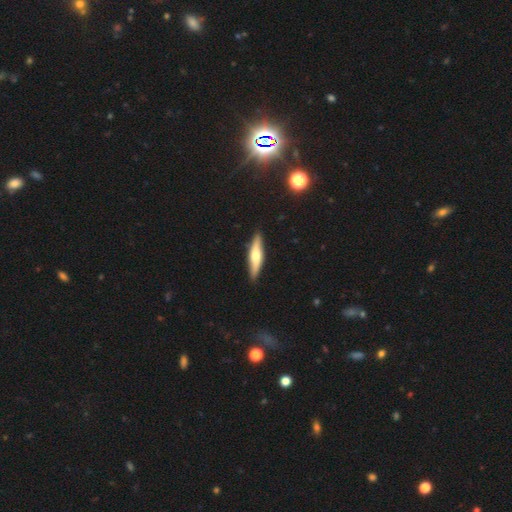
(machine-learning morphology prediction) This is possibly a featured or disk galaxy (50%). Merging: clearly none (89%).